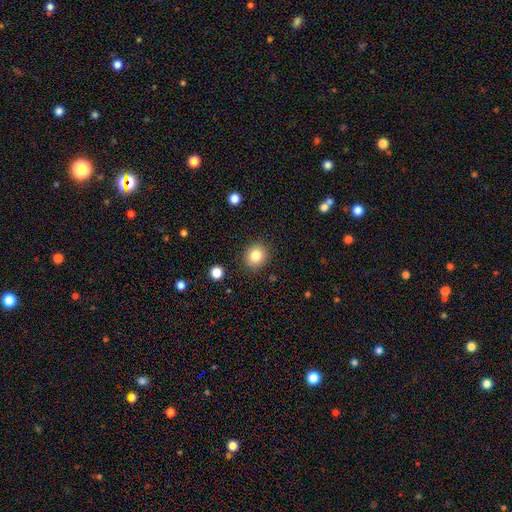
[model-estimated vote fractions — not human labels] The model was most divided on "how rounded": round: 77%, in between: 22%, cigar-shaped: 1%. More confident: merging — none (88%); smooth or featured — smooth (82%).